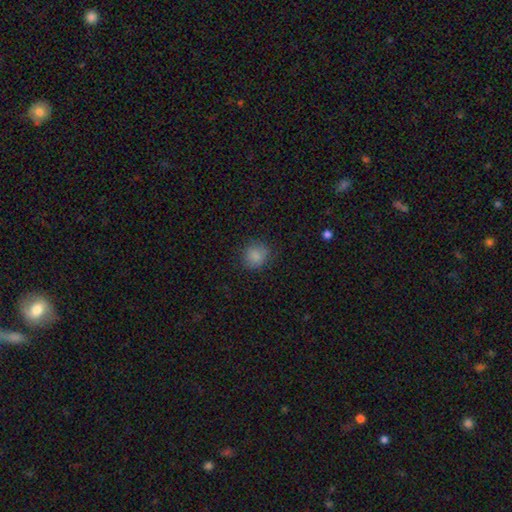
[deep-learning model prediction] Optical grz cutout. It shows a smooth galaxy with no disk features (85%) that is round (82%). Merging: none (81%).